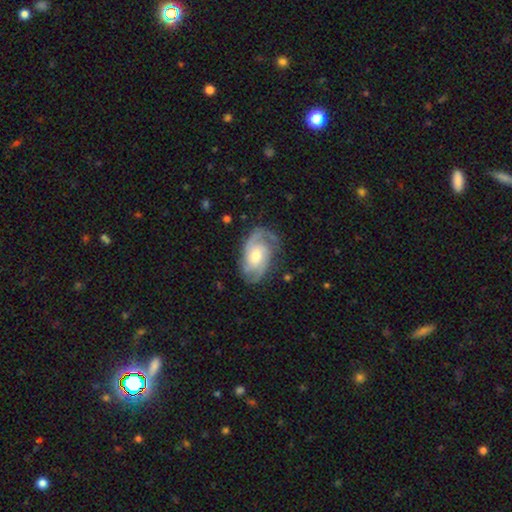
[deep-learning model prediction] Q: Smooth or featured?
A: featured or disk (85%); runner-up: smooth (10%)
Q: Edge-on disk?
A: no (97%); runner-up: yes (3%)
Q: Bar?
A: no (60%); runner-up: weak (33%)
Q: Spiral arms?
A: yes (97%); runner-up: no (3%)
Q: Spiral winding?
A: tight (46%); runner-up: medium (43%)
Q: Spiral arm count?
A: 2 (58%); runner-up: 3 (19%)
Q: Bulge size?
A: moderate (61%); runner-up: small (27%)
Q: Merging?
A: none (75%); runner-up: minor disturbance (17%)